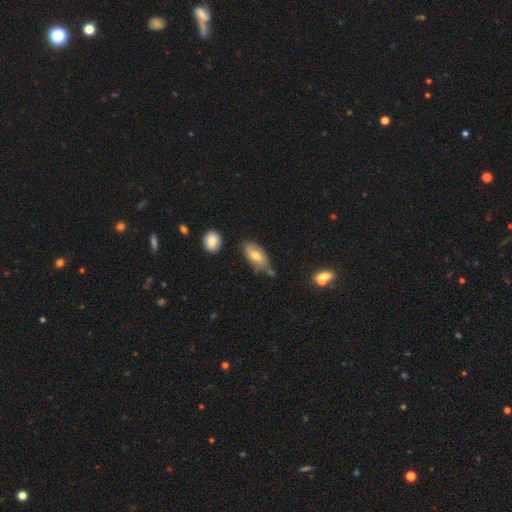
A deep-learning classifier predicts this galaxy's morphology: Smooth or featured: smooth — 67% (featured or disk — 25%)
How rounded: in between — 90% (cigar-shaped — 6%)
Merging: none — 60% (minor disturbance — 25%)